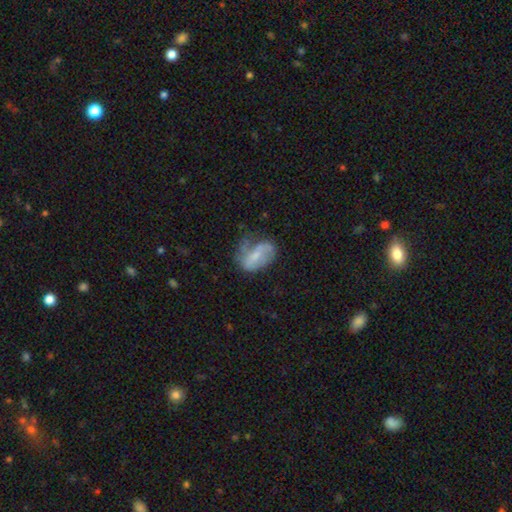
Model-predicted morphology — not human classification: A featured or disk galaxy (50%).

Vote fractions:
- Smooth or featured? featured or disk: 50% / smooth: 42% / star or artifact: 8%
- Edge-on disk? no: 96% / yes: 4%
- Merging? none: 37% / minor disturbance: 32% / major disturbance: 27% / merger: 4%